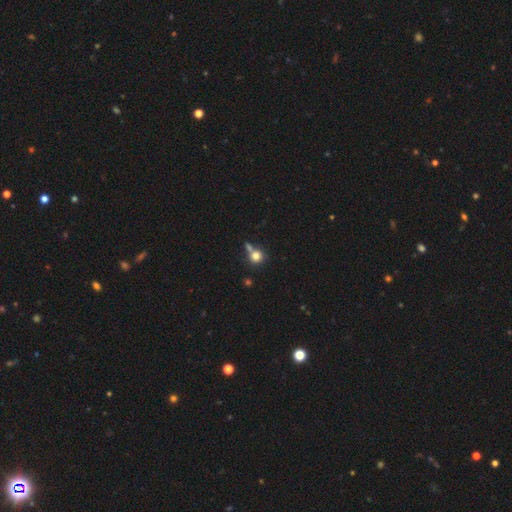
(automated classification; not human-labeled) Smooth or featured? smooth (79%)
How rounded? round (87%)
Merging? none (54%)